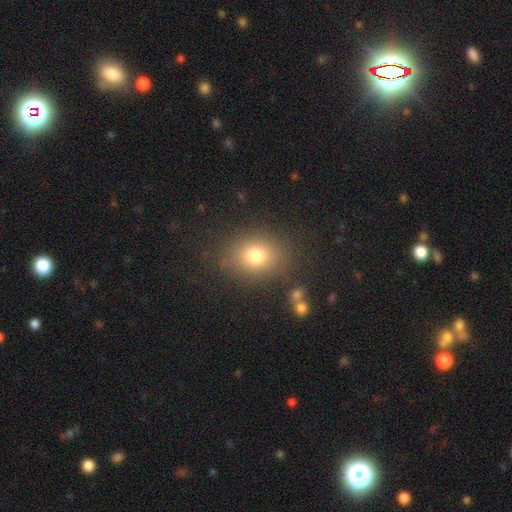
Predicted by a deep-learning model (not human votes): A smooth galaxy with no disk features (77%) that is in between round and cigar-shaped (53%). Merging: none (82%).